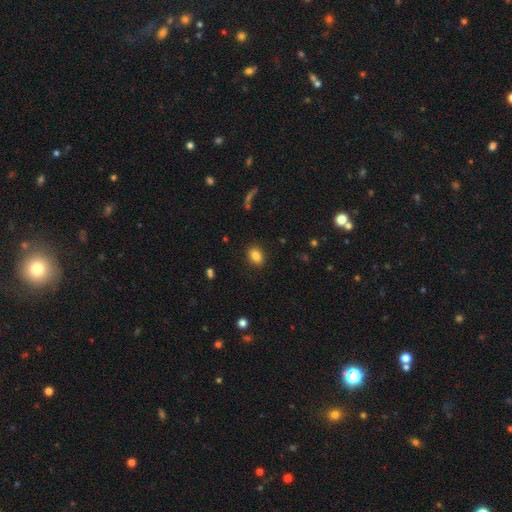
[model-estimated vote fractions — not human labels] smooth_or_featured: smooth (p=0.85) [alt: star or artifact p=0.10]
how_rounded: in between (p=0.76) [alt: round p=0.23]
merging: none (p=0.88) [alt: minor disturbance p=0.08]